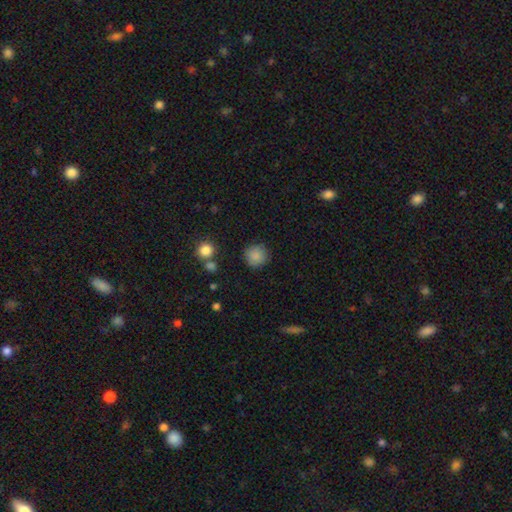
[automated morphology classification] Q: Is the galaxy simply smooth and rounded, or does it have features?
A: smooth — 87%.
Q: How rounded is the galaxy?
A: round — 94%.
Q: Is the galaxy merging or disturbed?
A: none — 86%.